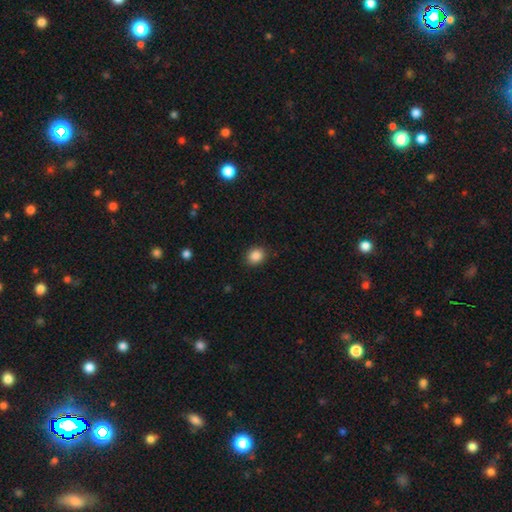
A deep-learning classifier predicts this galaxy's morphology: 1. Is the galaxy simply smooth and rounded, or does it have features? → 87% smooth, 10% star or artifact, 3% featured or disk.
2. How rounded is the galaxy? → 63% round, 36% in between, 1% cigar-shaped.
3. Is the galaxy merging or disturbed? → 89% none, 8% minor disturbance, 2% major disturbance, 1% merger.